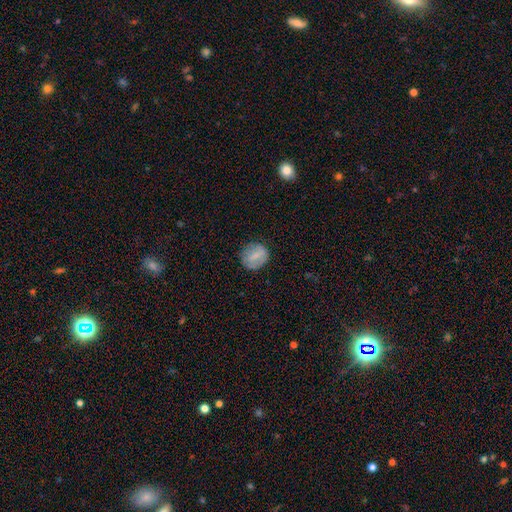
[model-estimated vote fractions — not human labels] A smooth galaxy with no disk features (65%) that is round (75%).

Vote fractions:
- Smooth or featured? smooth: 65% / featured or disk: 26% / star or artifact: 8%
- How rounded? round: 75% / in between: 23% / cigar-shaped: 1%
- Merging? none: 80% / minor disturbance: 14% / major disturbance: 5% / merger: 1%